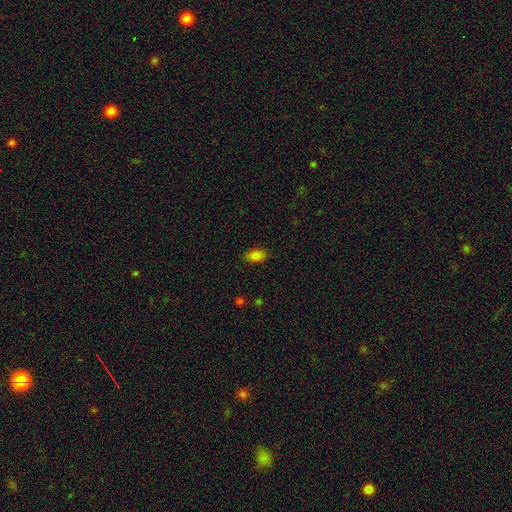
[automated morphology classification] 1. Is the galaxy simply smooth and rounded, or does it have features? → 84% smooth, 11% star or artifact, 5% featured or disk.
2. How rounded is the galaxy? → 91% in between, 6% round, 3% cigar-shaped.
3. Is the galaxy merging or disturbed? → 85% none, 11% minor disturbance, 3% major disturbance, 1% merger.